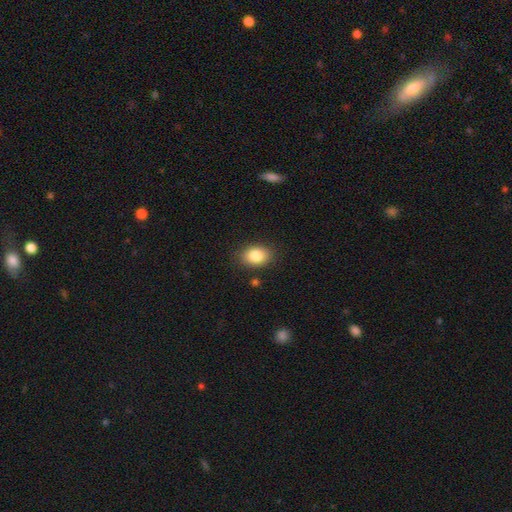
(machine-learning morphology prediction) This appears to be a smooth galaxy with no disk features (84%) that is in between round and cigar-shaped (76%). Merging: none (86%).